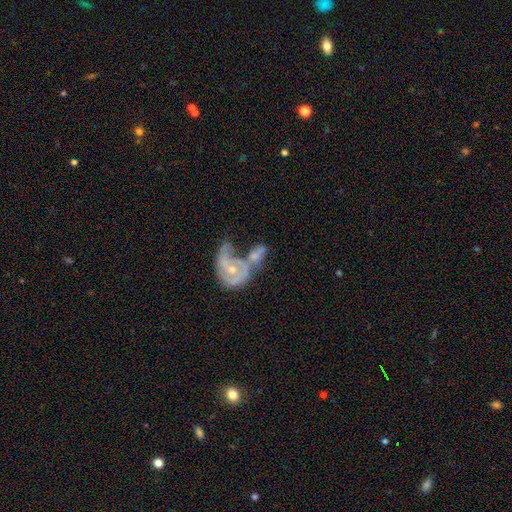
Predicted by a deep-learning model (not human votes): This is likely a featured or disk galaxy (67%). It is clearly not viewed edge-on (95%). Bar: likely no (61%). Spiral arm pattern: likely yes (75%). Central bulge: possibly small (51%). Merging: likely merger (62%).